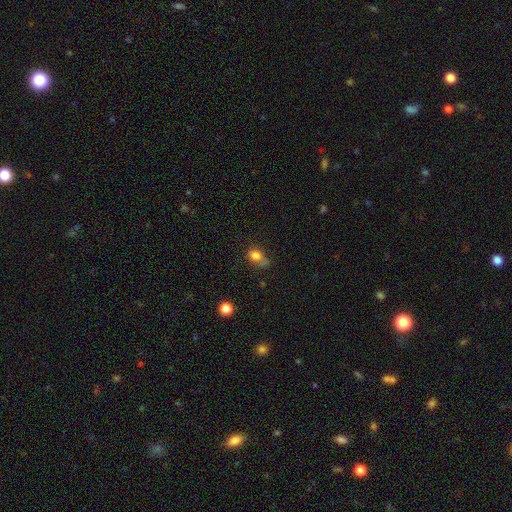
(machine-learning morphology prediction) Q: Smooth or featured?
A: smooth (79%); runner-up: star or artifact (12%)
Q: How rounded?
A: in between (60%); runner-up: round (38%)
Q: Merging?
A: none (40%); runner-up: minor disturbance (33%)